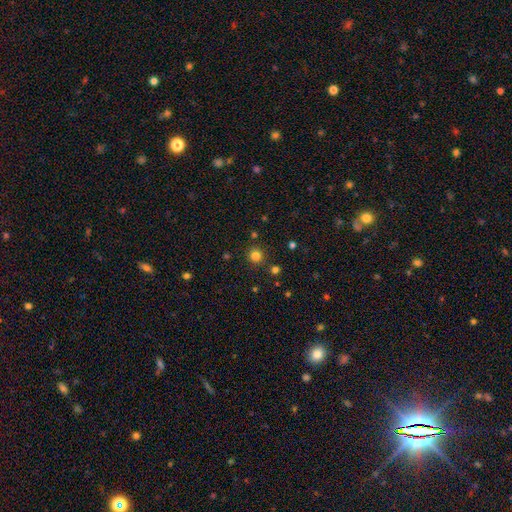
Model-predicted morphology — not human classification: A smooth galaxy with no disk features (80%) that is round (94%).

Vote fractions:
- Smooth or featured? smooth: 80% / star or artifact: 15% / featured or disk: 5%
- How rounded? round: 94% / in between: 5% / cigar-shaped: 1%
- Merging? none: 89% / minor disturbance: 6% / merger: 3% / major disturbance: 2%